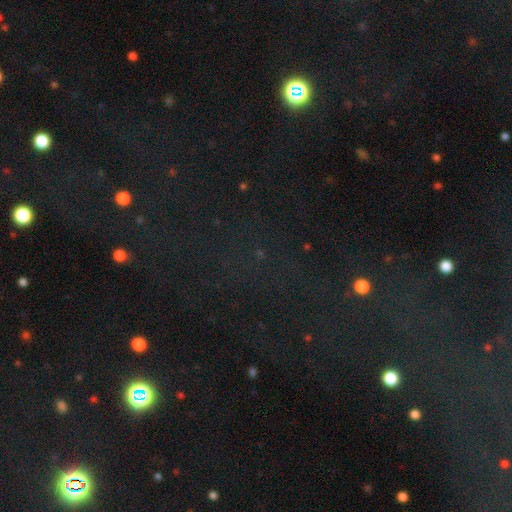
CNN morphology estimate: This is likely a star or artifact rather than a galaxy (70%).